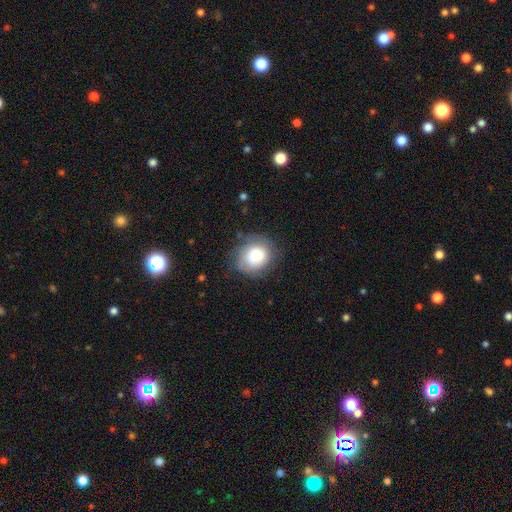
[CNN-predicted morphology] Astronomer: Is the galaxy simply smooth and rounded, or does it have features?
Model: smooth — 77%.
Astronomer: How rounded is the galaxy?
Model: round — 75%.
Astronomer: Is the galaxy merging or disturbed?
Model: none — 68%.